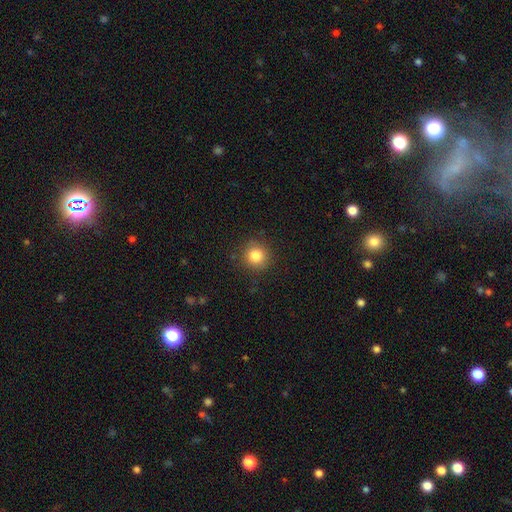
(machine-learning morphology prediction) Smooth or featured? smooth (83%)
How rounded? round (93%)
Merging? none (89%)